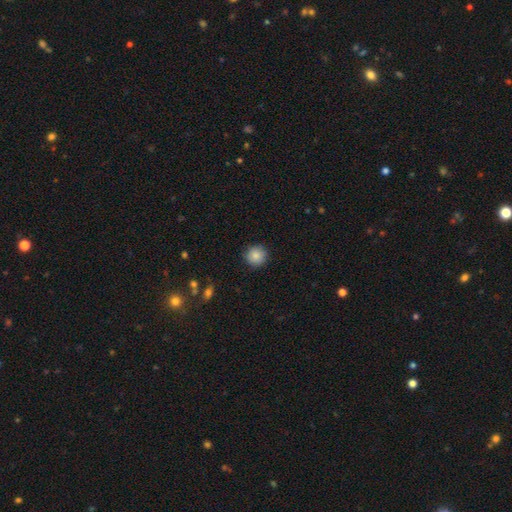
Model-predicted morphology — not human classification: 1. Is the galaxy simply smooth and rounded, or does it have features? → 86% smooth, 9% star or artifact, 5% featured or disk.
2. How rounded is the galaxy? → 94% round, 5% in between, 1% cigar-shaped.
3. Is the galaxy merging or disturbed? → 90% none, 7% minor disturbance, 2% major disturbance, 1% merger.